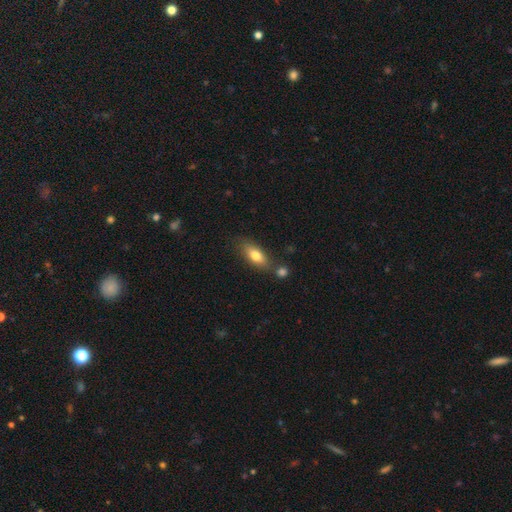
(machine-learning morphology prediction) A smooth galaxy with no disk features (75%) that is in between round and cigar-shaped (77%). Merging: none (67%).